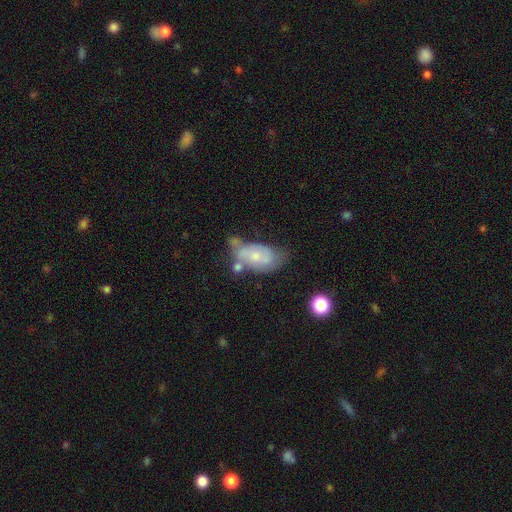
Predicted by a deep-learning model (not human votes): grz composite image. It shows a featured or disk galaxy (51%). Merging: none (33%).